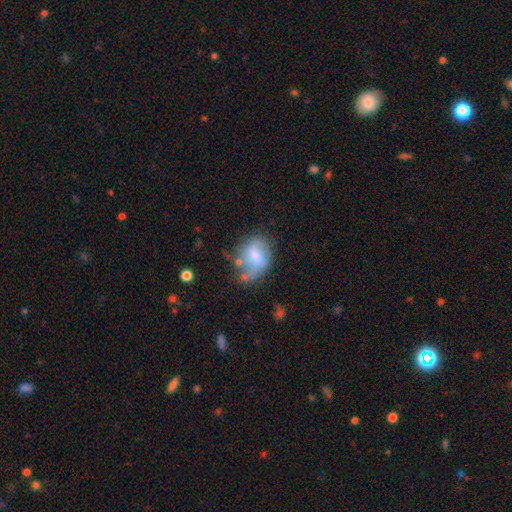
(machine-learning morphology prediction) Smooth or featured?
  - smooth: 49% *
  - featured or disk: 42%
  - star or artifact: 9%
Merging?
  - none: 41% *
  - minor disturbance: 30%
  - major disturbance: 18%
  - merger: 11%